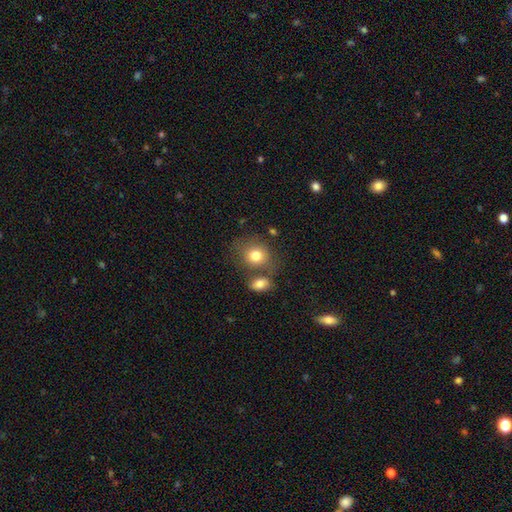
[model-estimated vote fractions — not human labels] Smooth or featured? smooth (79%)
How rounded? round (64%)
Merging? none (57%)